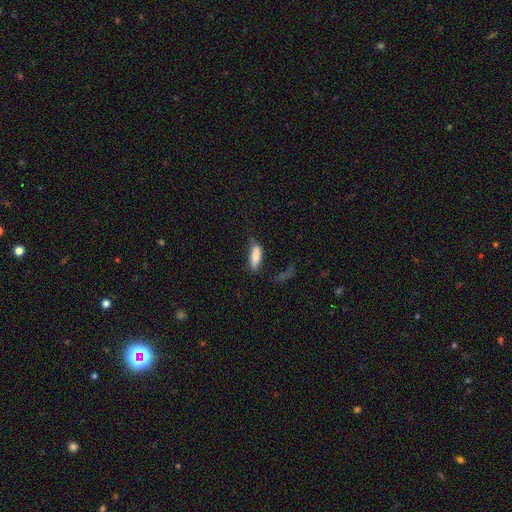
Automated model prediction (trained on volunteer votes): This appears to be a smooth galaxy with no disk features (80%) that is in between round and cigar-shaped (66%). Merging: none (49%).